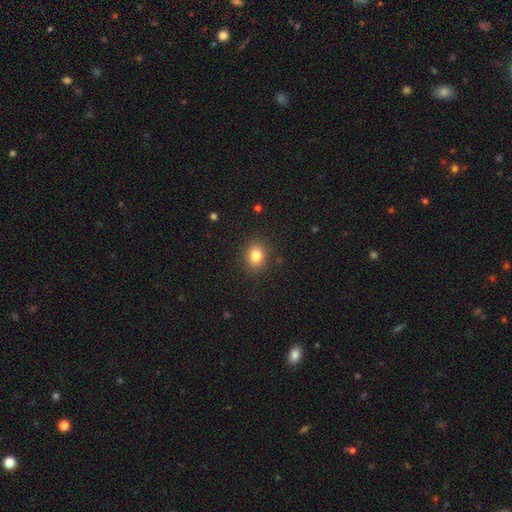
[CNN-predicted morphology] The model was most divided on "how rounded": round: 56%, in between: 43%, cigar-shaped: 1%. More confident: merging — none (88%); smooth or featured — smooth (81%).